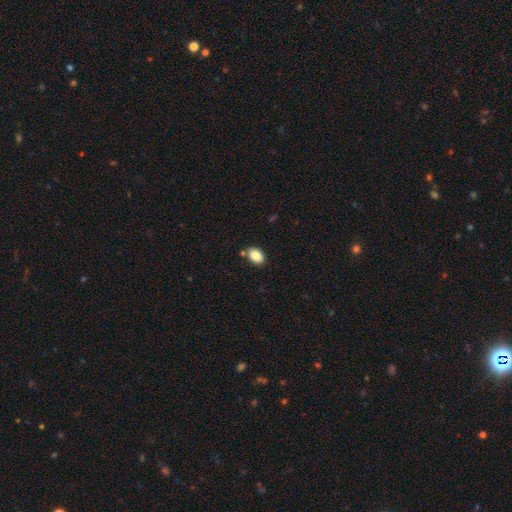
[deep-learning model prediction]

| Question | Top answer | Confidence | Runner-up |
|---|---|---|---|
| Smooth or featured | smooth | 85% | star or artifact (8%) |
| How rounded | in between | 85% | round (14%) |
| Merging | none | 80% | minor disturbance (11%) |